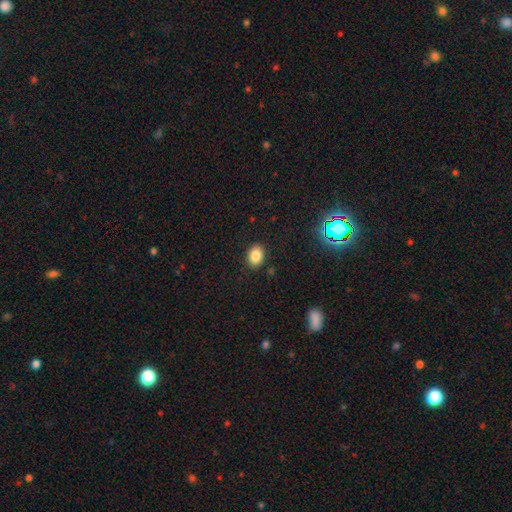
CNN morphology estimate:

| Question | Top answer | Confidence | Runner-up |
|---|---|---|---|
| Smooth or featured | smooth | 84% | star or artifact (10%) |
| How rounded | in between | 69% | round (30%) |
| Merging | none | 88% | minor disturbance (8%) |